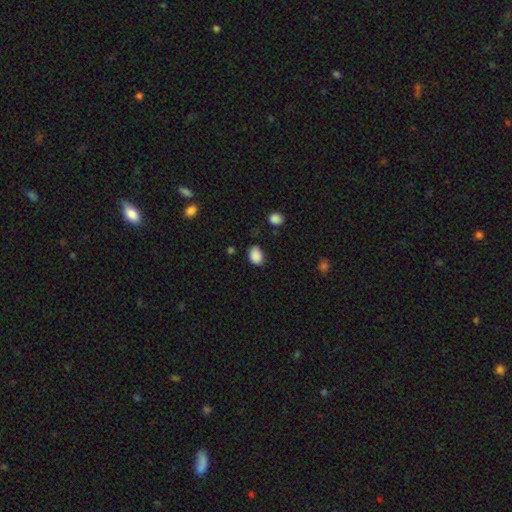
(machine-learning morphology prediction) Smooth or featured? smooth (88%)
How rounded? in between (76%)
Merging? none (78%)